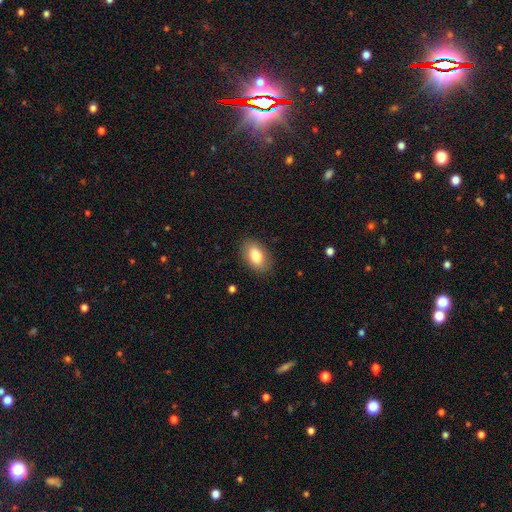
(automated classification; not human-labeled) Smooth or featured: smooth — 83% (featured or disk — 10%)
How rounded: in between — 90% (round — 8%)
Merging: none — 86% (minor disturbance — 10%)